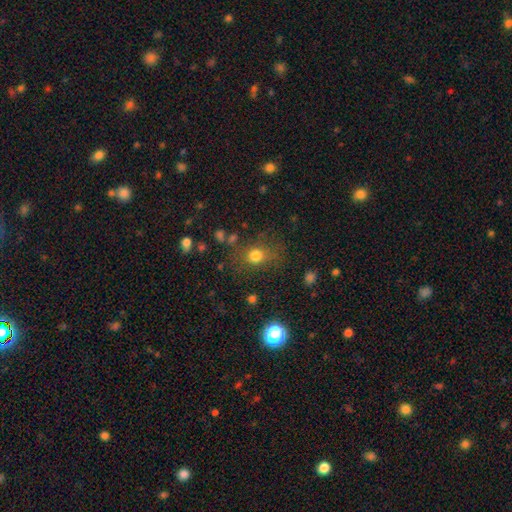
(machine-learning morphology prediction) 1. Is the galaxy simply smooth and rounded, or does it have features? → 76% smooth, 16% star or artifact, 8% featured or disk.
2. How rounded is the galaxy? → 68% round, 30% in between, 1% cigar-shaped.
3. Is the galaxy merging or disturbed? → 73% none, 15% minor disturbance, 8% major disturbance, 4% merger.